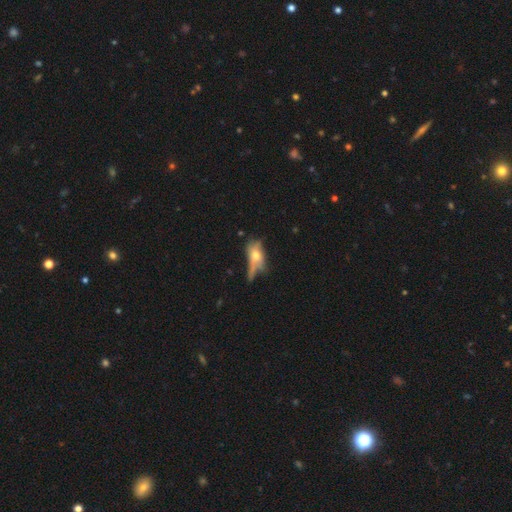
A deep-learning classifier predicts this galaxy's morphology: This appears to be a smooth galaxy with no disk features (52%) that is in between round and cigar-shaped (73%). Merging: none (31%).